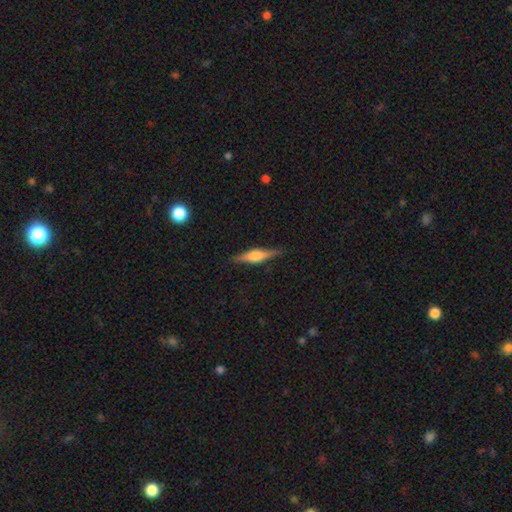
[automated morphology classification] The model was most divided on "smooth or featured": featured or disk: 68%, smooth: 26%, star or artifact: 6%. More confident: edge-on disk — yes (97%); merging — none (89%); edge-on bulge — rounded (84%).